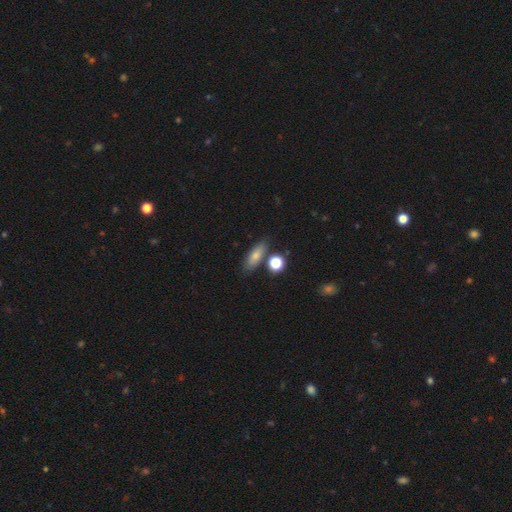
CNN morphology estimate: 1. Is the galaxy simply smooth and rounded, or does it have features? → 74% smooth, 16% featured or disk, 9% star or artifact.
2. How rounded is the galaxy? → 64% in between, 28% cigar-shaped, 8% round.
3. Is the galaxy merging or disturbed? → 75% none, 13% minor disturbance, 9% merger, 3% major disturbance.